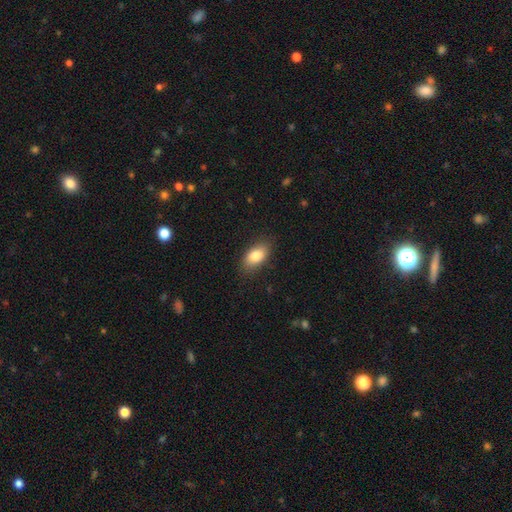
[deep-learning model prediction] This is clearly a smooth galaxy (83%). How rounded: clearly in between (90%). Merging: clearly none (83%).